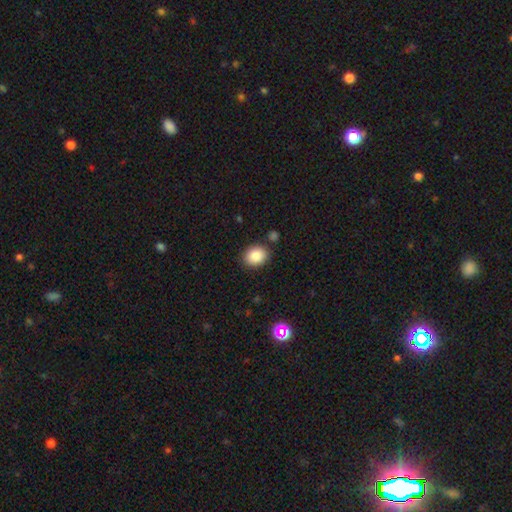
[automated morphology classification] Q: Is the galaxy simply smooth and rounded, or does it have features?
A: smooth — 87%.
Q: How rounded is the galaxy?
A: in between — 51%.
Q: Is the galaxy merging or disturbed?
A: none — 84%.